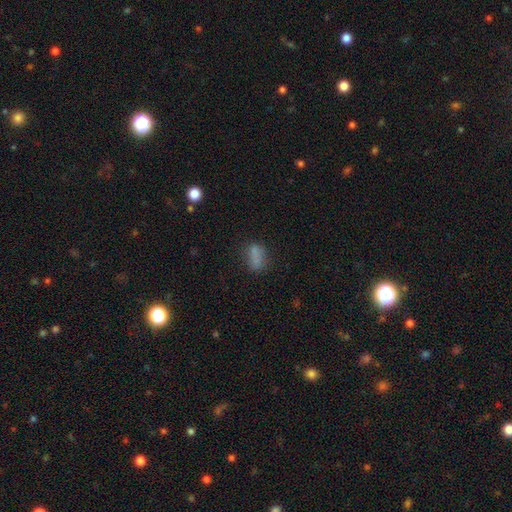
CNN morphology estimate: Smooth or featured: smooth — 76% (star or artifact — 13%)
How rounded: in between — 79% (cigar-shaped — 11%)
Merging: none — 59% (minor disturbance — 23%)